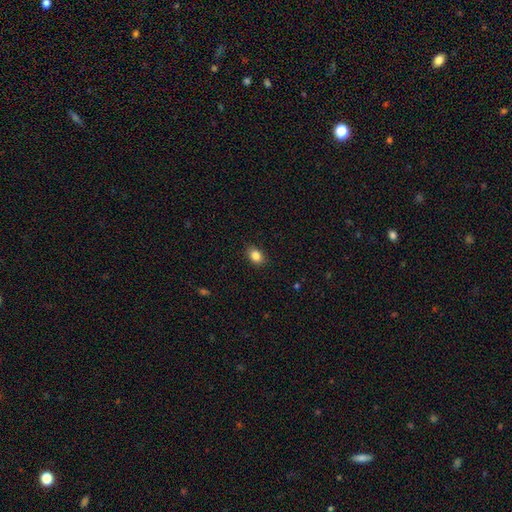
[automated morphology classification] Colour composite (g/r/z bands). It shows a smooth galaxy with no disk features (86%) that is in between round and cigar-shaped (71%). Merging: none (87%).